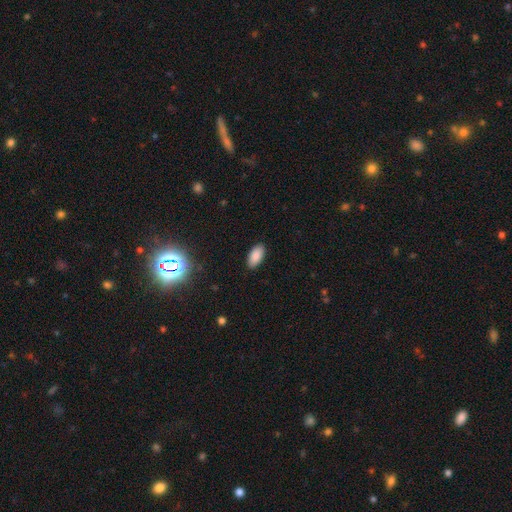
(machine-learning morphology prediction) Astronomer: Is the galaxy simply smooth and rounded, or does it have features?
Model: smooth — 88%.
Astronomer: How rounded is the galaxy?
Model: in between — 94%.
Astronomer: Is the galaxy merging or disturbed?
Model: none — 88%.